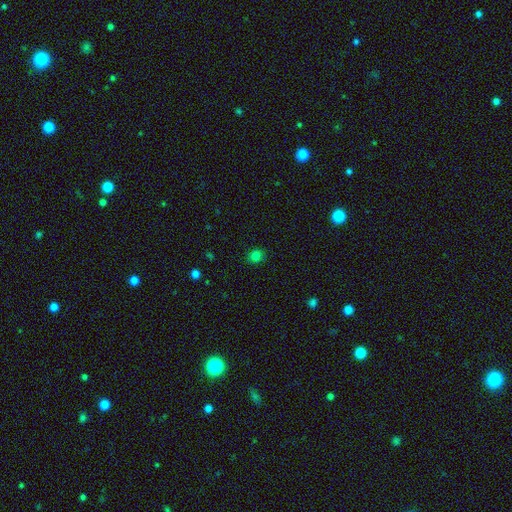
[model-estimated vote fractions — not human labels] The model was most divided on "how rounded": round: 75%, in between: 24%, cigar-shaped: 1%. More confident: merging — none (87%); smooth or featured — smooth (80%).